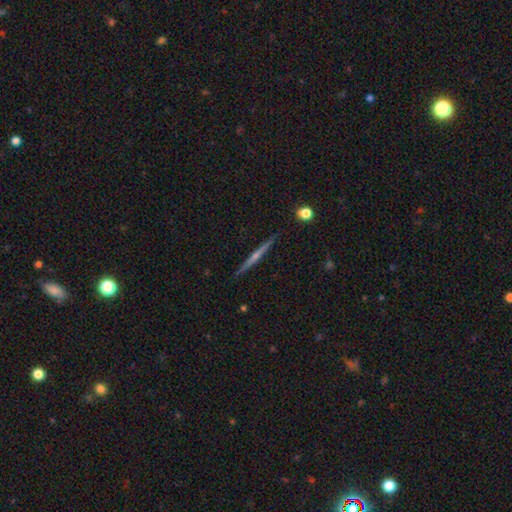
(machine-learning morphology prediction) smooth_or_featured: featured or disk (p=0.71) [alt: smooth p=0.20]
disk_edge_on: yes (p=0.98) [alt: no p=0.02]
edge_on_bulge: rounded (p=0.63) [alt: none p=0.29]
merging: none (p=0.91) [alt: minor disturbance p=0.06]